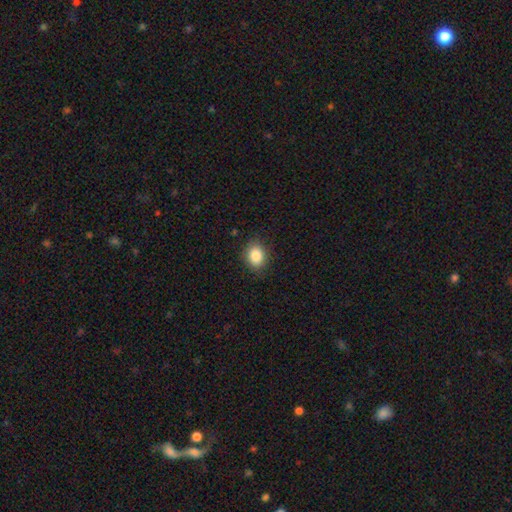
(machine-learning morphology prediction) This is clearly a smooth galaxy (85%). How rounded: possibly in between (51%). Merging: clearly none (86%).